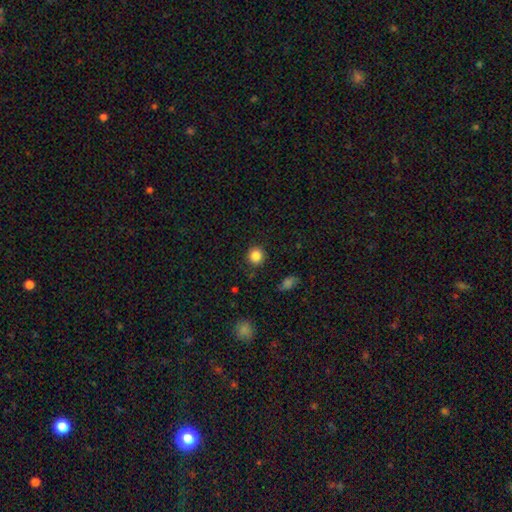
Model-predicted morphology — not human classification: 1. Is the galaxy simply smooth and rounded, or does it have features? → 85% smooth, 11% star or artifact, 4% featured or disk.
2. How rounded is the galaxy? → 90% round, 9% in between, 1% cigar-shaped.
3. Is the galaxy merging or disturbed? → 88% none, 8% minor disturbance, 3% major disturbance, 2% merger.